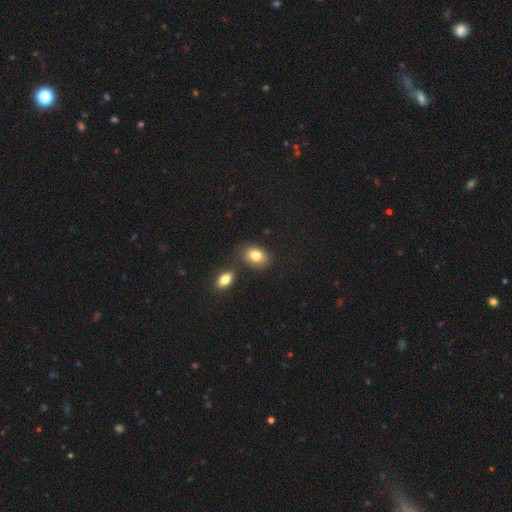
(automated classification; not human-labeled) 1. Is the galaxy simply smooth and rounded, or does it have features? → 82% smooth, 9% featured or disk, 9% star or artifact.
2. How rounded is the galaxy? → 77% in between, 22% round, 1% cigar-shaped.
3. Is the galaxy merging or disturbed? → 73% none, 12% merger, 12% minor disturbance, 3% major disturbance.